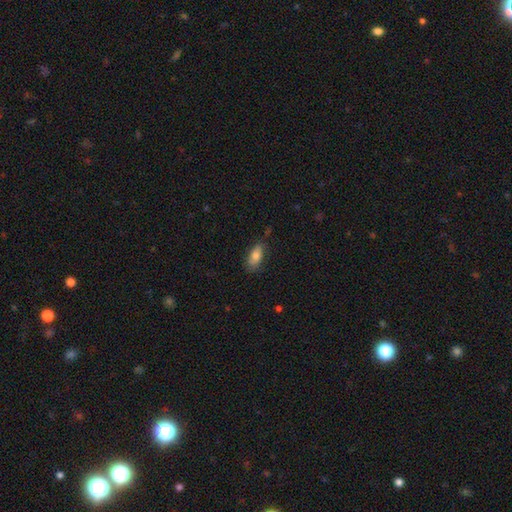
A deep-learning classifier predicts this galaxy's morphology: A smooth galaxy with no disk features (77%) that is in between round and cigar-shaped (87%).

Vote fractions:
- Smooth or featured? smooth: 77% / featured or disk: 16% / star or artifact: 7%
- How rounded? in between: 87% / cigar-shaped: 10% / round: 3%
- Merging? none: 72% / minor disturbance: 22% / major disturbance: 4% / merger: 2%